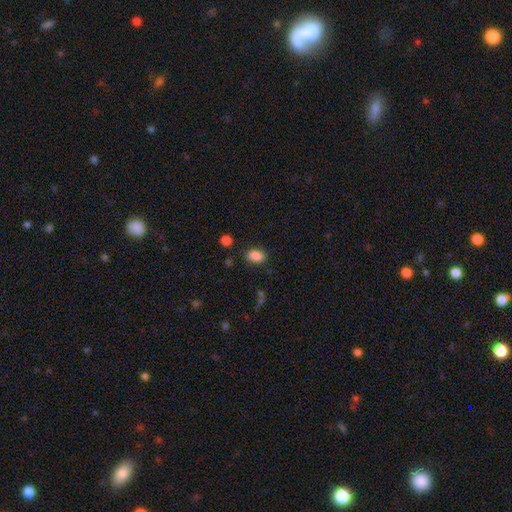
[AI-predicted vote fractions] This appears to be a smooth galaxy with no disk features (87%) that is in between round and cigar-shaped (84%). Merging: none (81%).